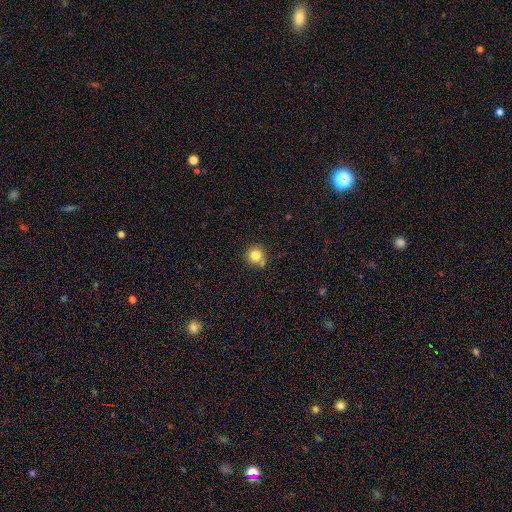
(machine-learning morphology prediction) smooth_or_featured: smooth (p=0.81) [alt: star or artifact p=0.12]
how_rounded: round (p=0.93) [alt: in between p=0.06]
merging: none (p=0.73) [alt: merger p=0.14]